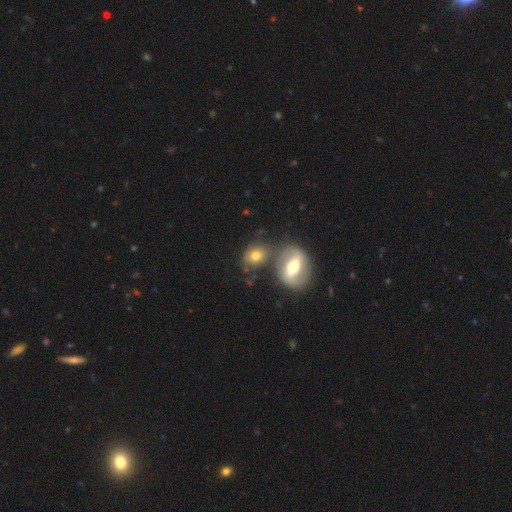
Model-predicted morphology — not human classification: This is likely a smooth galaxy (67%). How rounded: possibly in between (51%). Merging: possibly none (52%).